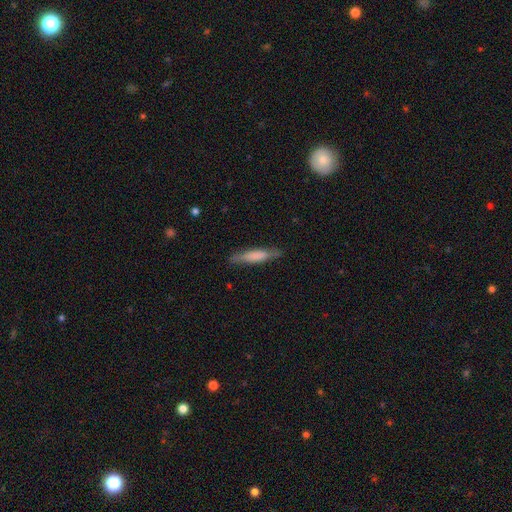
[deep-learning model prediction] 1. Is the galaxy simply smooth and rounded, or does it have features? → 61% smooth, 33% featured or disk, 6% star or artifact.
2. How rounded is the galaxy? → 88% cigar-shaped, 11% in between, 1% round.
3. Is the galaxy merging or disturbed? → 83% none, 13% minor disturbance, 3% major disturbance, 1% merger.